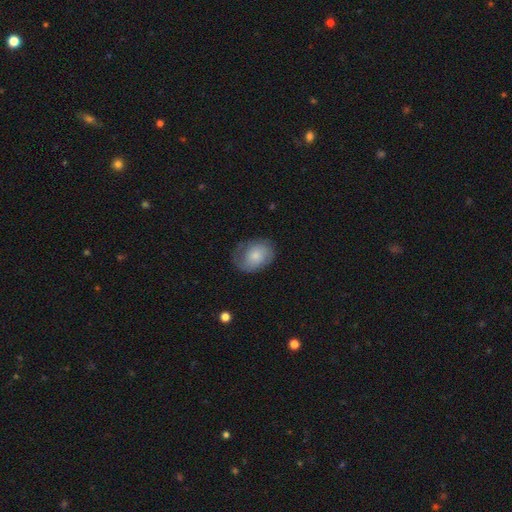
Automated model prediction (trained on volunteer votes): smooth 57%, featured or disk 36%, star or artifact 7%. Down the decision tree: how rounded — in between (65%); merging — none (60%).